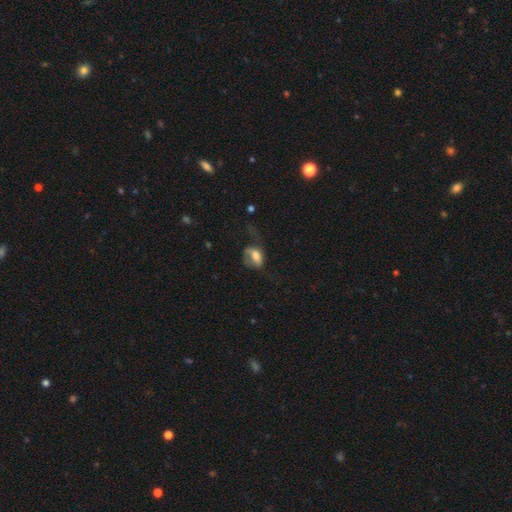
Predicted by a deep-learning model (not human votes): Smooth or featured: smooth — 55% (featured or disk — 36%)
How rounded: in between — 81% (round — 17%)
Merging: major disturbance — 53% (none — 23%)